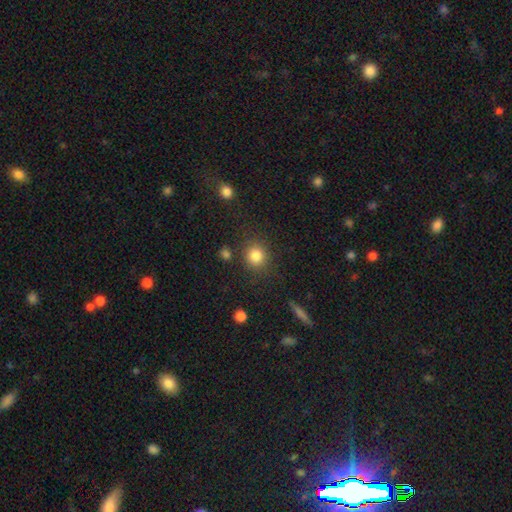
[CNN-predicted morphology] A smooth galaxy with no disk features (83%) that is round (85%).

Vote fractions:
- Smooth or featured? smooth: 83% / star or artifact: 11% / featured or disk: 6%
- How rounded? round: 85% / in between: 14% / cigar-shaped: 1%
- Merging? none: 83% / minor disturbance: 9% / merger: 4% / major disturbance: 4%